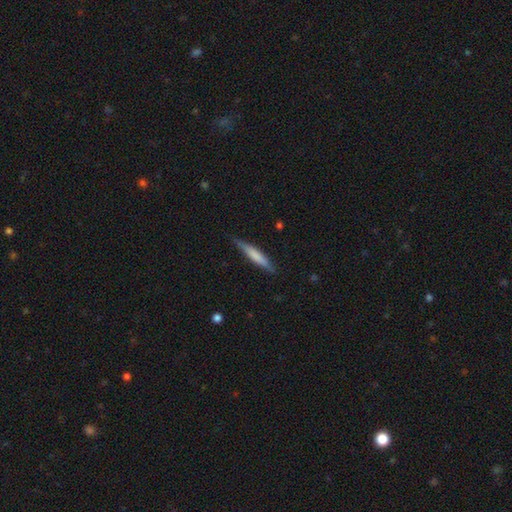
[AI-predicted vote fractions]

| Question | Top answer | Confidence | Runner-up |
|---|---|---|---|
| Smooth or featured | smooth | 62% | featured or disk (32%) |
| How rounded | cigar-shaped | 91% | in between (7%) |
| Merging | none | 83% | minor disturbance (13%) |